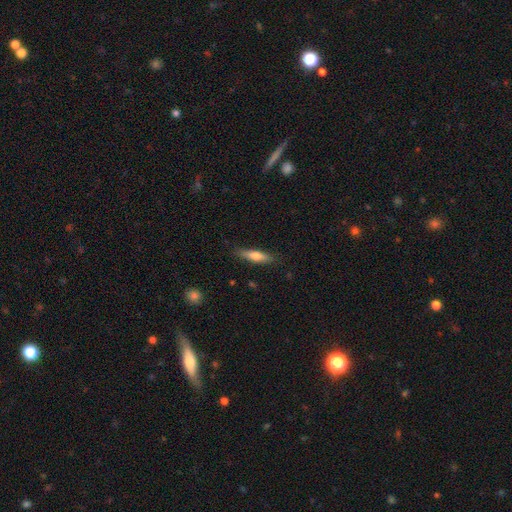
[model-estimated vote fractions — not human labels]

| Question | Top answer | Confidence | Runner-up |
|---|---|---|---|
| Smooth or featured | smooth | 64% | featured or disk (30%) |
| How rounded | cigar-shaped | 75% | in between (24%) |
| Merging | none | 84% | minor disturbance (12%) |